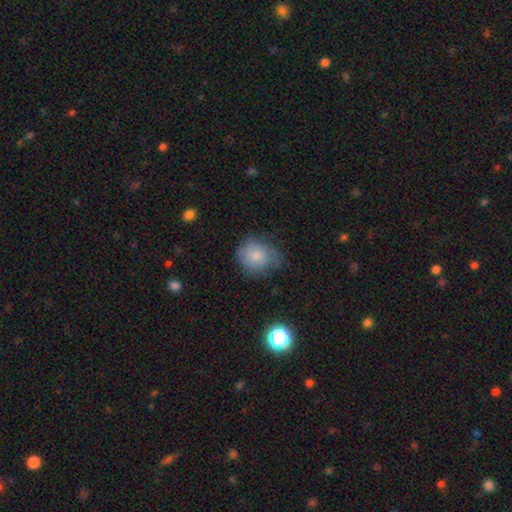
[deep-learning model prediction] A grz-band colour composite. It shows a smooth galaxy with no disk features (76%) that is round (70%). Merging: none (50%).